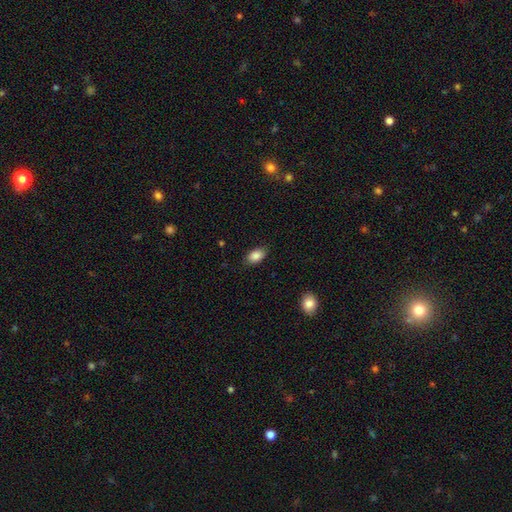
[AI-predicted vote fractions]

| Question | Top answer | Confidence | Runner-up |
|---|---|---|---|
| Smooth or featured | smooth | 87% | star or artifact (8%) |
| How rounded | in between | 90% | round (8%) |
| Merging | none | 84% | minor disturbance (12%) |